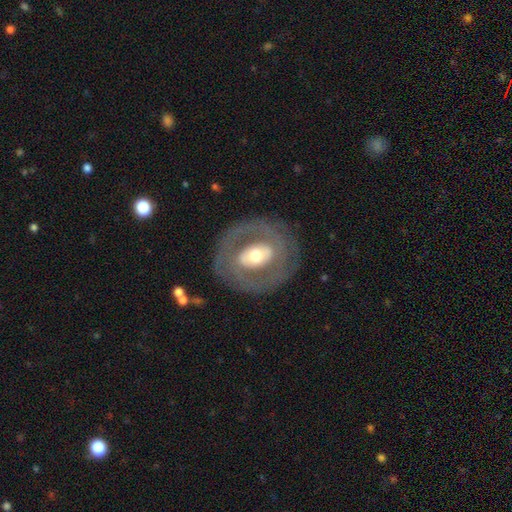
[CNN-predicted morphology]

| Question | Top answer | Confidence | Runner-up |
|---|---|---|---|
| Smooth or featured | featured or disk | 69% | smooth (26%) |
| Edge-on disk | no | 94% | yes (6%) |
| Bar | no | 44% | weak (30%) |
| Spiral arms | no | 63% | yes (37%) |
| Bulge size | moderate | 63% | large (19%) |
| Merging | none | 80% | minor disturbance (11%) |